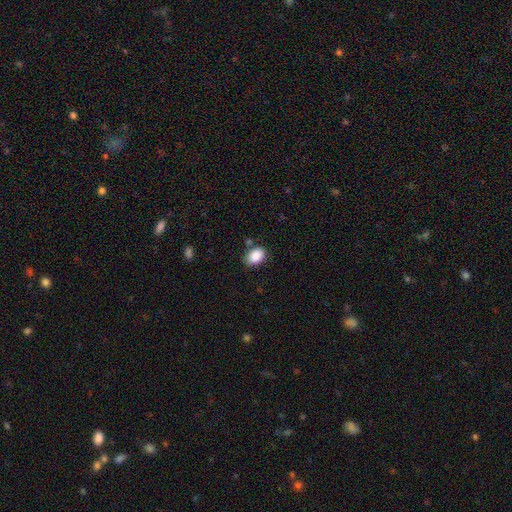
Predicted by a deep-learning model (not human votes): A smooth galaxy with no disk features (88%) that is in between round and cigar-shaped (78%).

Vote fractions:
- Smooth or featured? smooth: 88% / star or artifact: 8% / featured or disk: 5%
- How rounded? in between: 78% / round: 21% / cigar-shaped: 1%
- Merging? none: 77% / minor disturbance: 15% / merger: 5% / major disturbance: 3%